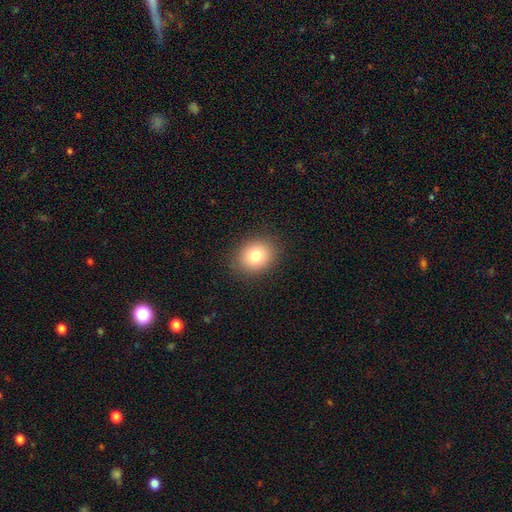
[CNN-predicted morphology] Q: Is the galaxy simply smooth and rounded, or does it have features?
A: smooth — 81%.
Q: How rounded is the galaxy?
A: round — 62%.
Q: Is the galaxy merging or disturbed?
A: none — 88%.